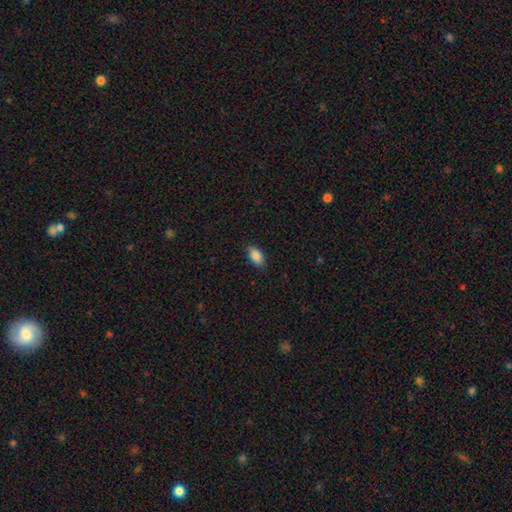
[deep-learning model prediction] Smooth or featured?
  - smooth: 87% *
  - star or artifact: 7%
  - featured or disk: 5%
How rounded?
  - in between: 91% *
  - cigar-shaped: 5%
  - round: 4%
Merging?
  - none: 83% *
  - minor disturbance: 13%
  - major disturbance: 2%
  - merger: 1%